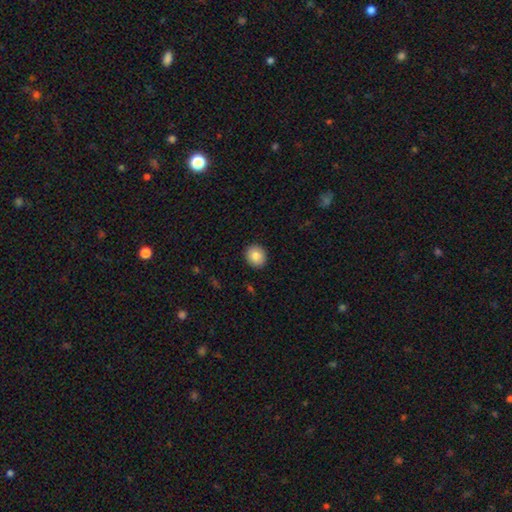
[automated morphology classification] Smooth or featured? smooth (83%)
How rounded? round (77%)
Merging? none (92%)